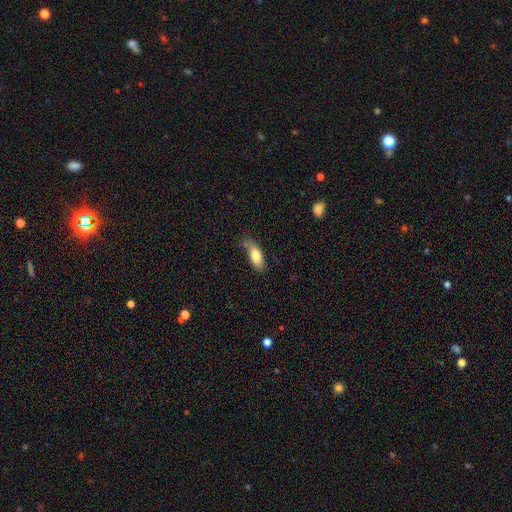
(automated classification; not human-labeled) Smooth or featured: smooth — 79% (featured or disk — 14%)
How rounded: in between — 79% (cigar-shaped — 18%)
Merging: none — 58% (minor disturbance — 28%)